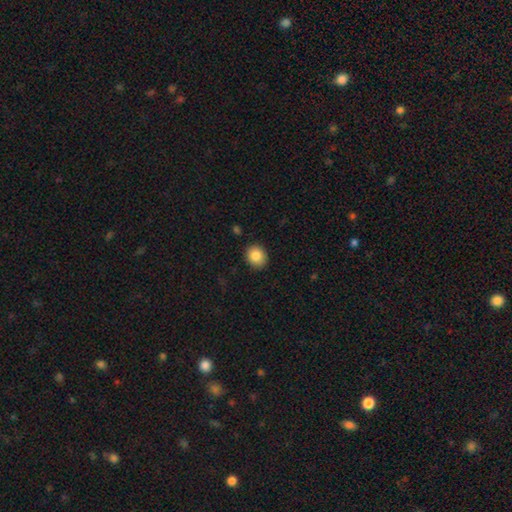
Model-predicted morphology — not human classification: smooth 85%, star or artifact 9%, featured or disk 6%. Down the decision tree: how rounded — round (66%); merging — none (90%).